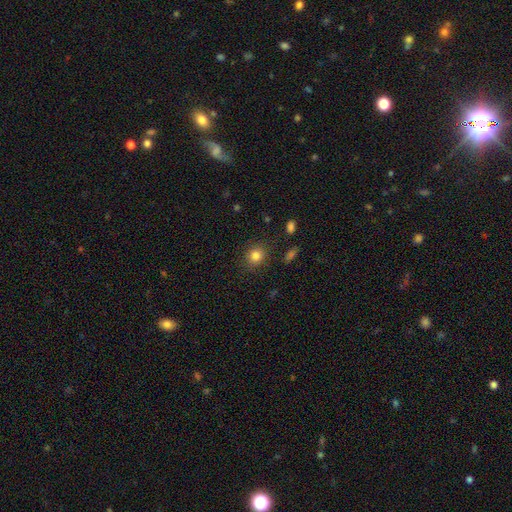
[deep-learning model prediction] A smooth galaxy with no disk features (82%) that is round (78%). Merging: none (86%).